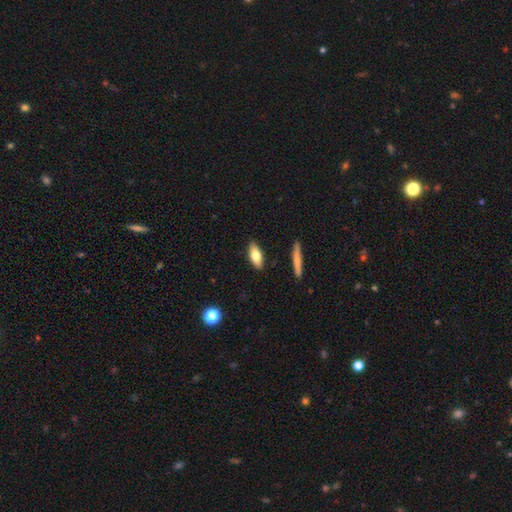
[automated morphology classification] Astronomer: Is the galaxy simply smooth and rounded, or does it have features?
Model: smooth — 71%.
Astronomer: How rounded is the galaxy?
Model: in between — 71%.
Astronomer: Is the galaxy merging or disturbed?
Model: none — 88%.